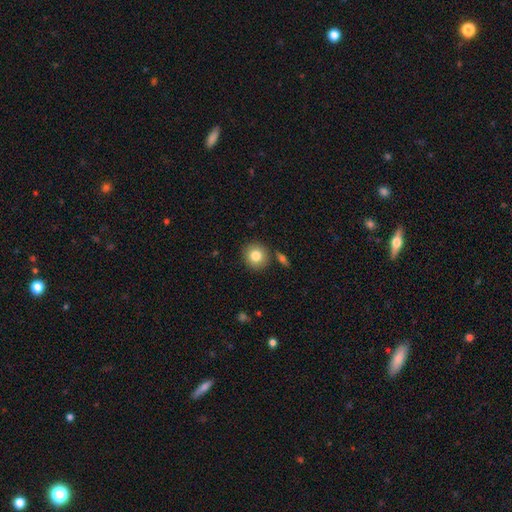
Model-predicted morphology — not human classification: smooth_or_featured: smooth (p=0.82) [alt: star or artifact p=0.09]
how_rounded: round (p=0.89) [alt: in between p=0.10]
merging: none (p=0.84) [alt: minor disturbance p=0.08]